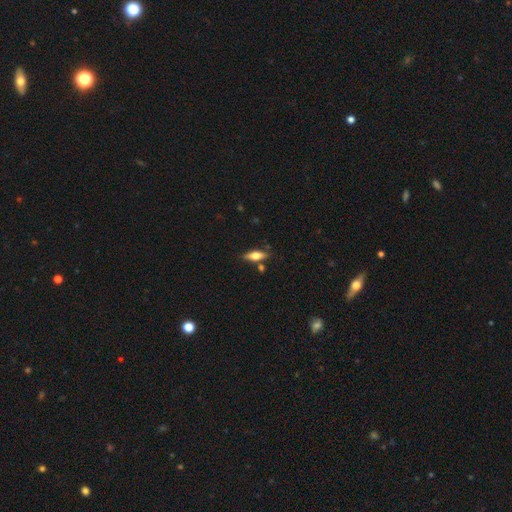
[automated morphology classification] A smooth galaxy with no disk features (57%) that is in between round and cigar-shaped (58%). Merging: none (79%).